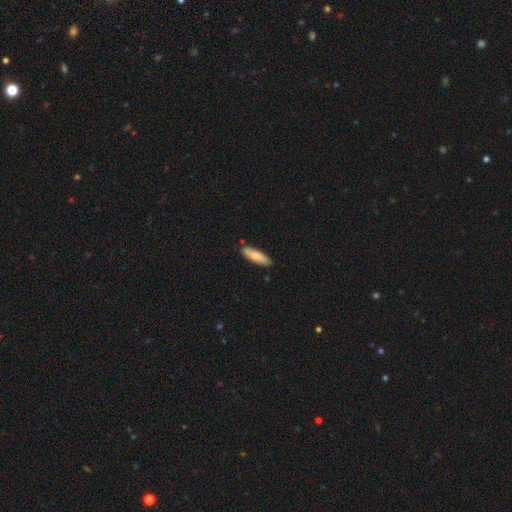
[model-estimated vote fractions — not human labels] Smooth or featured?
  - smooth: 80% *
  - featured or disk: 14%
  - star or artifact: 6%
How rounded?
  - cigar-shaped: 59% *
  - in between: 39%
  - round: 2%
Merging?
  - none: 85% *
  - minor disturbance: 11%
  - merger: 2%
  - major disturbance: 2%